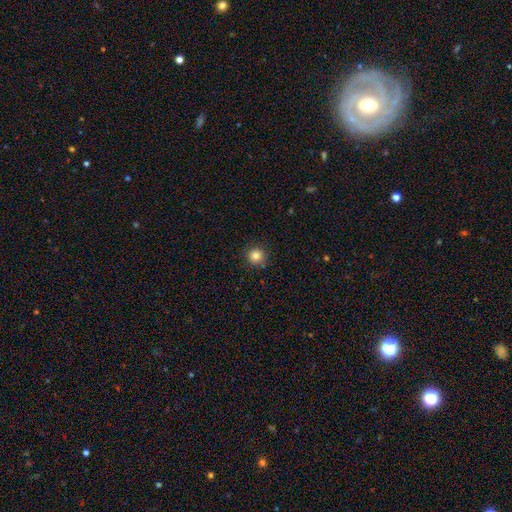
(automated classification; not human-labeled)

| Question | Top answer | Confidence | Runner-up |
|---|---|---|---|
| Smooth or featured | smooth | 84% | star or artifact (11%) |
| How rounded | round | 94% | in between (5%) |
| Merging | none | 87% | minor disturbance (9%) |